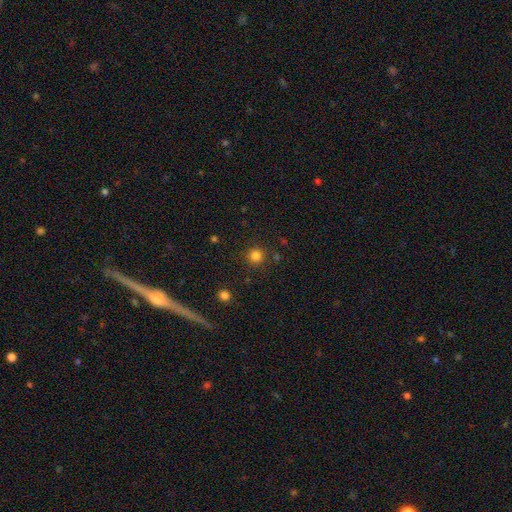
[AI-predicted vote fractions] smooth_or_featured: smooth (p=0.82) [alt: star or artifact p=0.14]
how_rounded: round (p=0.94) [alt: in between p=0.05]
merging: none (p=0.88) [alt: minor disturbance p=0.07]